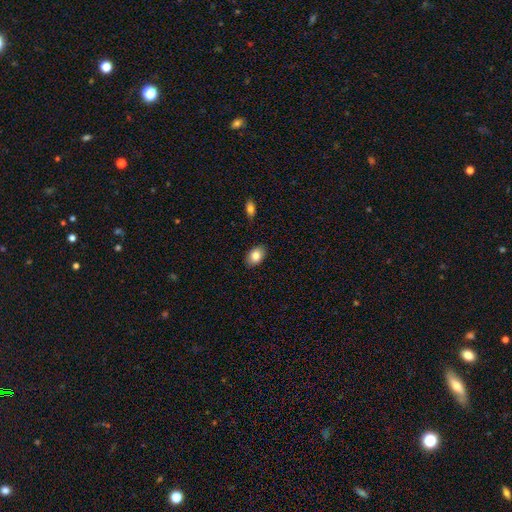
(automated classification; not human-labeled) A smooth galaxy with no disk features (85%) that is in between round and cigar-shaped (83%). Merging: none (88%).